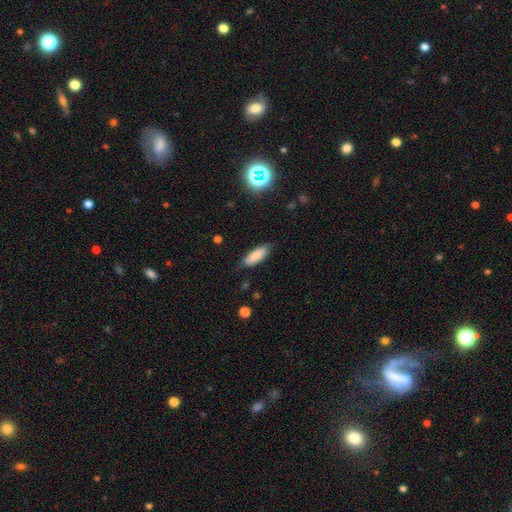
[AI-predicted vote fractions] Smooth or featured? smooth (81%)
How rounded? in between (69%)
Merging? none (78%)